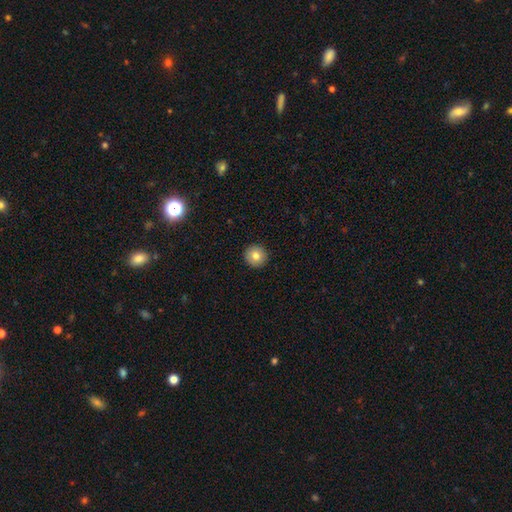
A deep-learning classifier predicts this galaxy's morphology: Smooth or featured? Predicted: smooth (p=0.79). How rounded? Predicted: round (p=0.95). Merging? Predicted: none (p=0.93).